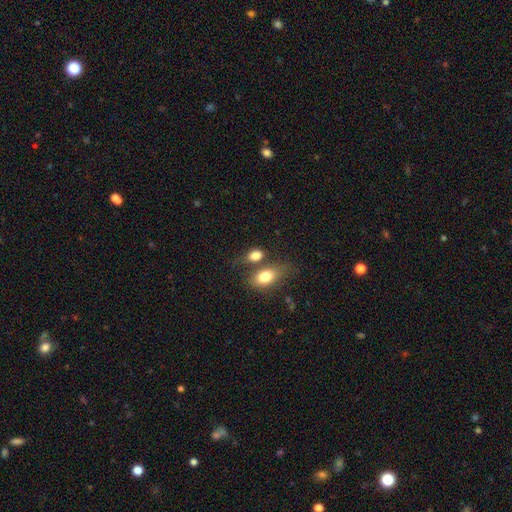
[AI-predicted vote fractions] The model was most divided on "merging": none: 44%, merger: 36%, minor disturbance: 14%, major disturbance: 7%. More confident: smooth or featured — smooth (82%); how rounded — in between (81%).